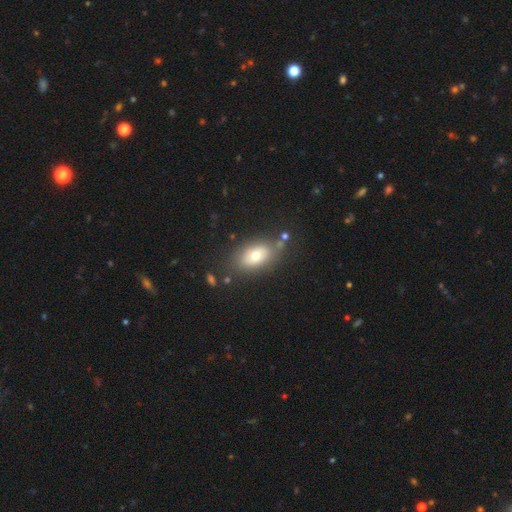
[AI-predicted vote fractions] The model was most divided on "smooth or featured": smooth: 71%, featured or disk: 19%, star or artifact: 10%. More confident: how rounded — in between (88%); merging — none (73%).